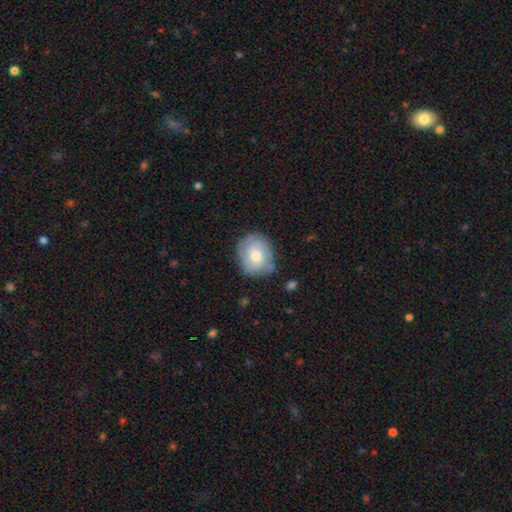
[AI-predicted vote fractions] The model was most divided on "spiral arm count": can't tell: 36%, 2: 30%, 3: 20%, 4: 6%, 1: 5%, more than 4: 4%. More confident: edge-on disk — no (97%); spiral arms — yes (86%); merging — none (75%); bar — no (72%); bulge size — moderate (63%); spiral winding — tight (62%); smooth or featured — featured or disk (62%).